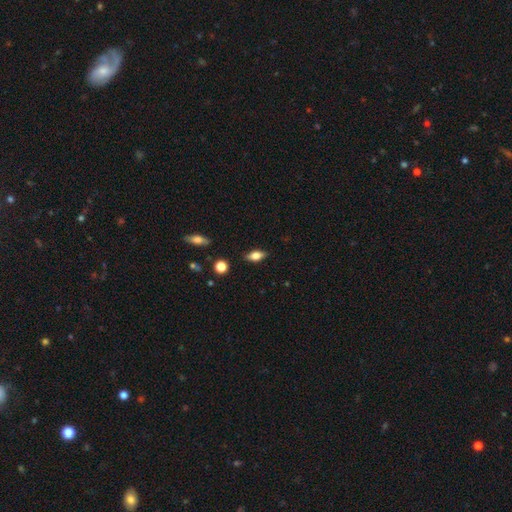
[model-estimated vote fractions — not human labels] Overall: smooth (64%; featured or disk 27%). How rounded: in between (82%). Merging: none (86%).